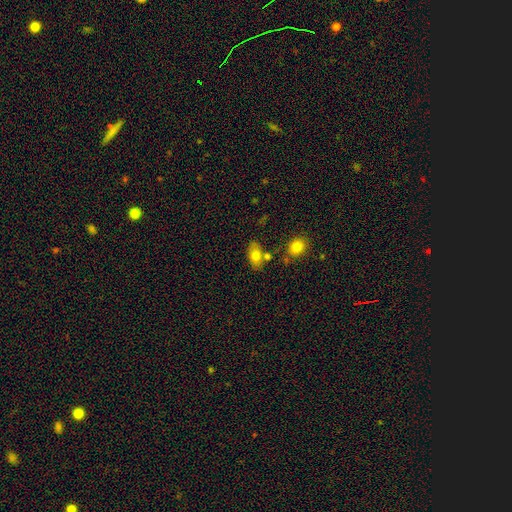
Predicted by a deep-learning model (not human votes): A smooth galaxy with no disk features (75%) that is in between round and cigar-shaped (87%).

Vote fractions:
- Smooth or featured? smooth: 75% / featured or disk: 17% / star or artifact: 8%
- How rounded? in between: 87% / round: 11% / cigar-shaped: 2%
- Merging? none: 67% / minor disturbance: 15% / merger: 15% / major disturbance: 4%